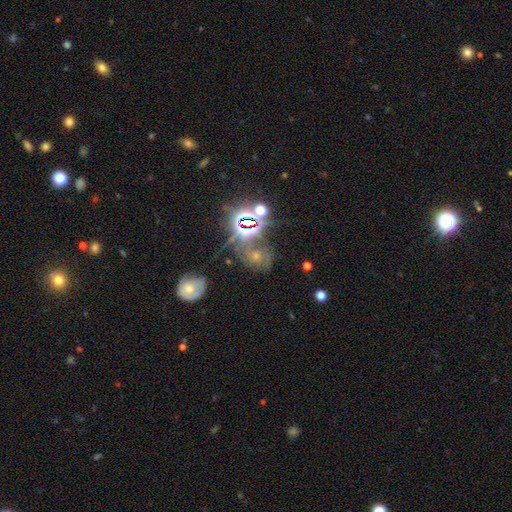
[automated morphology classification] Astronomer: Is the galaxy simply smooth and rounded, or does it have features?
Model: star or artifact — 43% (runner-up: featured or disk, 33%).